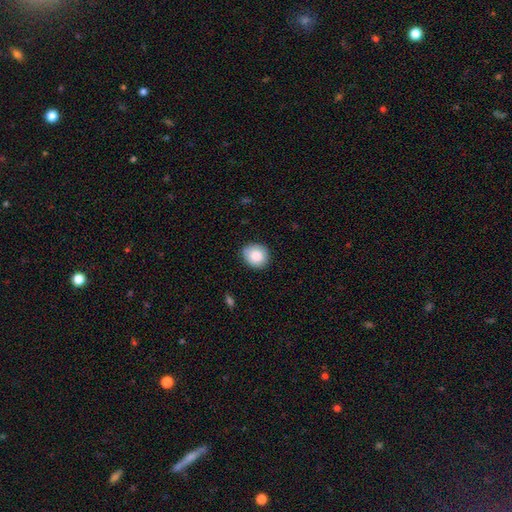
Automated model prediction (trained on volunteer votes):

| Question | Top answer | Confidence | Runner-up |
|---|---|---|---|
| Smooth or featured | smooth | 86% | star or artifact (8%) |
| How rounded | round | 80% | in between (19%) |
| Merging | none | 83% | minor disturbance (13%) |